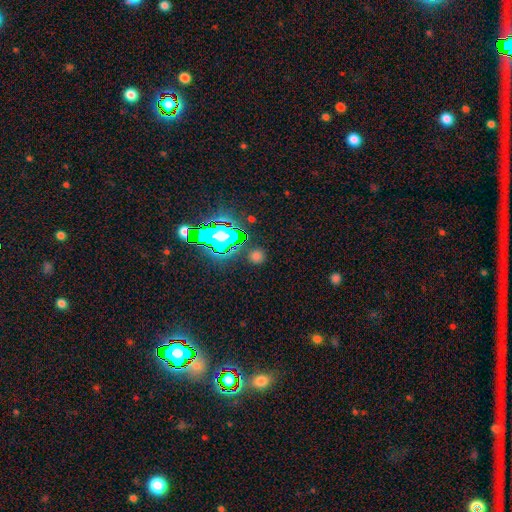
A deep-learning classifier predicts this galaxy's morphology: A smooth galaxy with no disk features (61%) that is round (87%).

Vote fractions:
- Smooth or featured? smooth: 61% / star or artifact: 32% / featured or disk: 7%
- How rounded? round: 87% / in between: 11% / cigar-shaped: 2%
- Merging? none: 85% / minor disturbance: 8% / major disturbance: 4% / merger: 3%